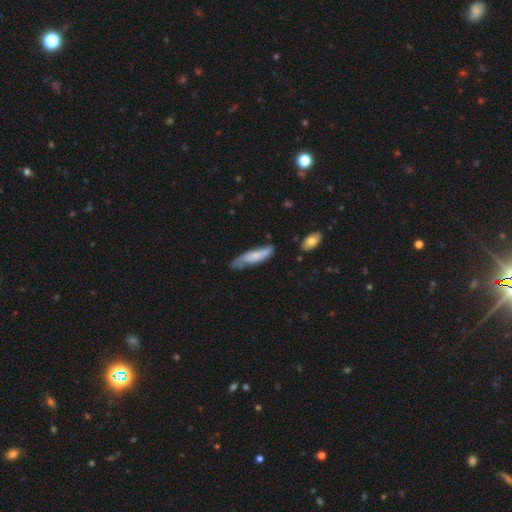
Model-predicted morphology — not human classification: type=smooth (64%); roundness=cigar-shaped (67%); merging=none (53%).